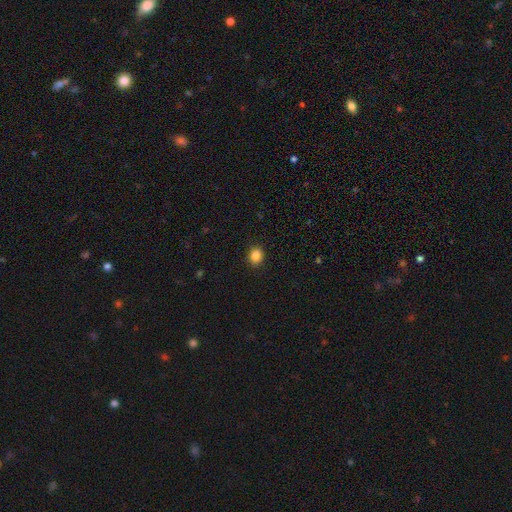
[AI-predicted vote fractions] smooth_or_featured: smooth (p=0.85) [alt: star or artifact p=0.11]
how_rounded: round (p=0.63) [alt: in between p=0.36]
merging: none (p=0.90) [alt: minor disturbance p=0.07]